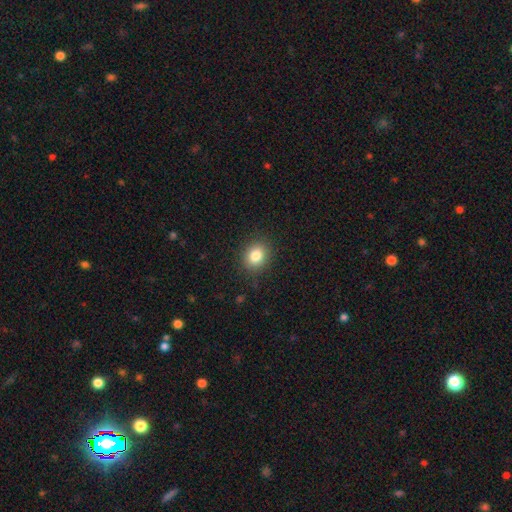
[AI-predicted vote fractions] A smooth galaxy with no disk features (82%) that is round (62%).

Vote fractions:
- Smooth or featured? smooth: 82% / star or artifact: 11% / featured or disk: 7%
- How rounded? round: 62% / in between: 37% / cigar-shaped: 1%
- Merging? none: 88% / minor disturbance: 9% / major disturbance: 3% / merger: 1%